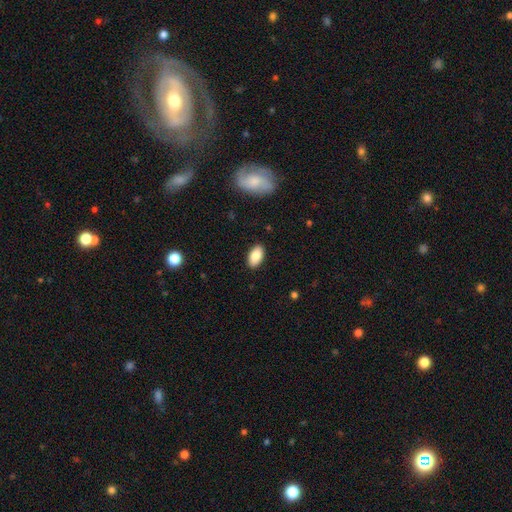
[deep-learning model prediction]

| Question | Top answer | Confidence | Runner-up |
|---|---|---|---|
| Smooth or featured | smooth | 87% | star or artifact (7%) |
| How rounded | in between | 94% | round (4%) |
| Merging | none | 88% | minor disturbance (9%) |